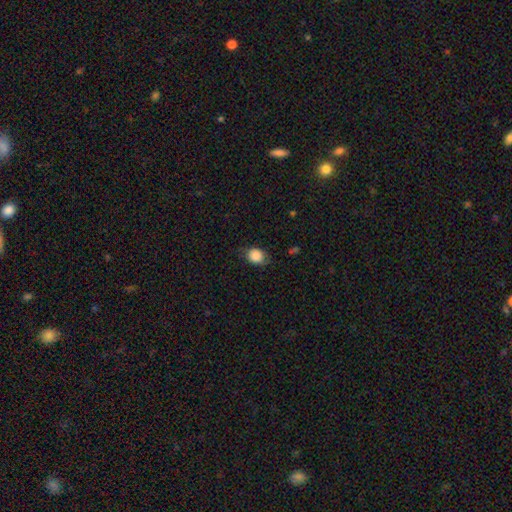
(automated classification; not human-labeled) Overall: smooth (86%). How rounded: round (53%; in between 46%). Merging: none (72%).